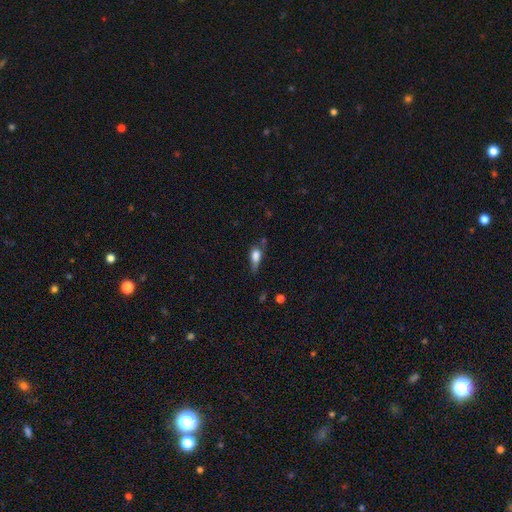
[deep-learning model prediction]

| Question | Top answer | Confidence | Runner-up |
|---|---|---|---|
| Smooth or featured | smooth | 72% | featured or disk (17%) |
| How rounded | in between | 73% | cigar-shaped (16%) |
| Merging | minor disturbance | 38% | none (33%) |